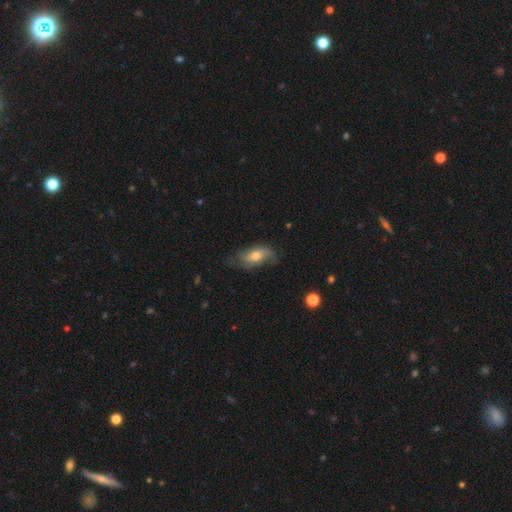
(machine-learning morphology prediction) Smooth or featured: smooth — 54% (featured or disk — 39%)
How rounded: in between — 84% (cigar-shaped — 11%)
Merging: none — 56% (minor disturbance — 29%)